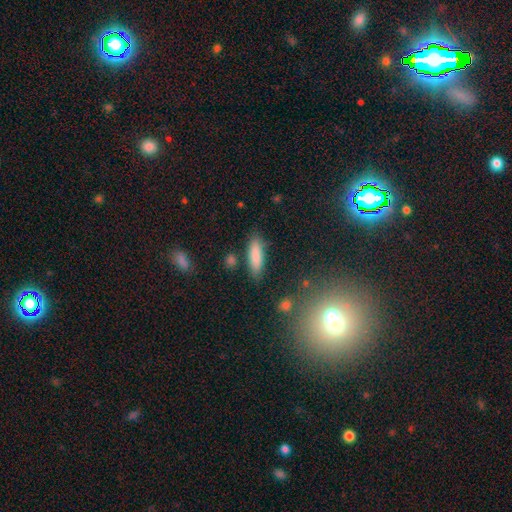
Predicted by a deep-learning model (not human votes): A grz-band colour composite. It shows a smooth galaxy with no disk features (85%) that is cigar-shaped (51%). Merging: none (82%).